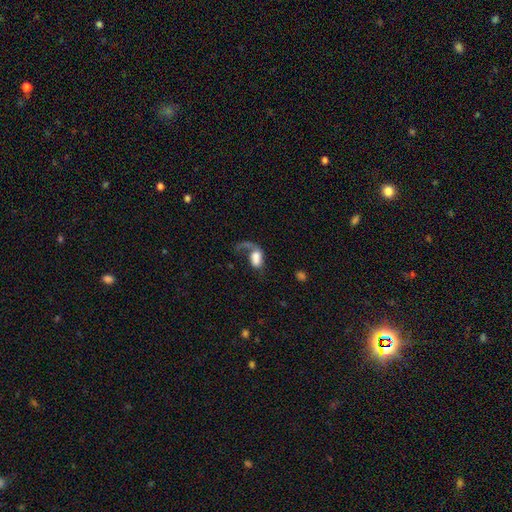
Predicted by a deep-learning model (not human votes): This appears to be a smooth galaxy with no disk features (54%) that is in between round and cigar-shaped (85%). Merging: major disturbance (55%).